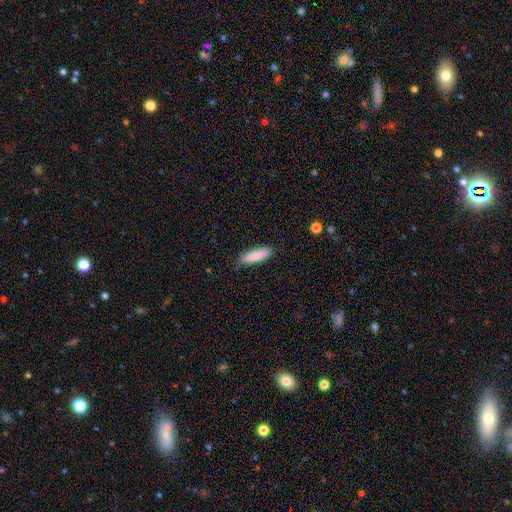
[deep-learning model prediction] smooth 88%, featured or disk 6%, star or artifact 6%. Down the decision tree: how rounded — cigar-shaped (60%); merging — none (87%).